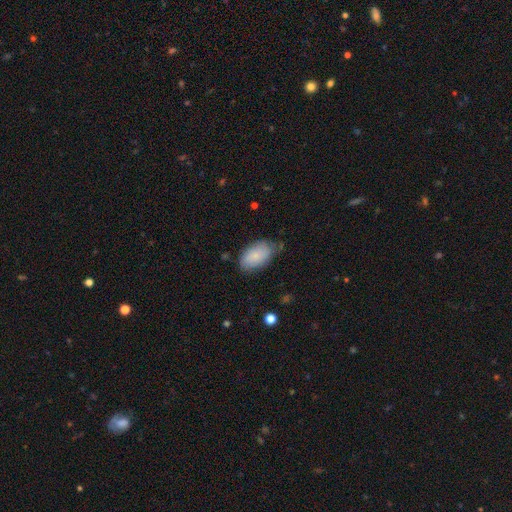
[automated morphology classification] Smooth or featured?
  - smooth: 81% *
  - featured or disk: 13%
  - star or artifact: 6%
How rounded?
  - in between: 94% *
  - round: 5%
  - cigar-shaped: 2%
Merging?
  - none: 68% *
  - minor disturbance: 25%
  - major disturbance: 5%
  - merger: 2%